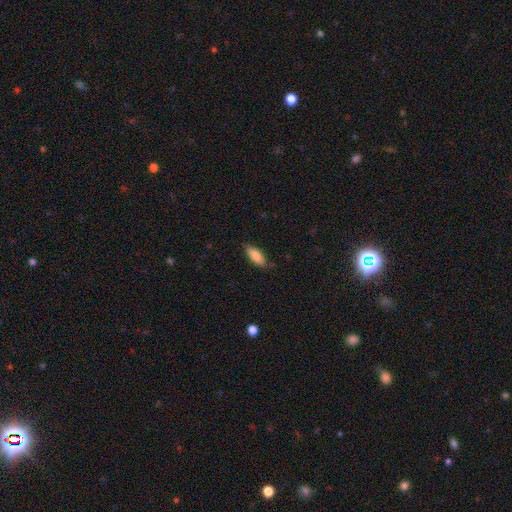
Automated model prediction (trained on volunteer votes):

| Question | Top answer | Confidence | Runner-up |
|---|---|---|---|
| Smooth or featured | smooth | 78% | featured or disk (16%) |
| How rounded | in between | 73% | cigar-shaped (25%) |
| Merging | none | 78% | minor disturbance (18%) |